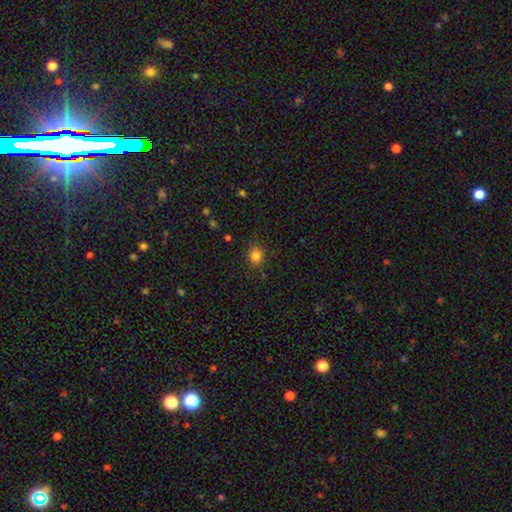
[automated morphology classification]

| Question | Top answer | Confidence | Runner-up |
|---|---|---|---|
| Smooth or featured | smooth | 83% | star or artifact (13%) |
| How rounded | round | 79% | in between (20%) |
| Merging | none | 86% | minor disturbance (10%) |